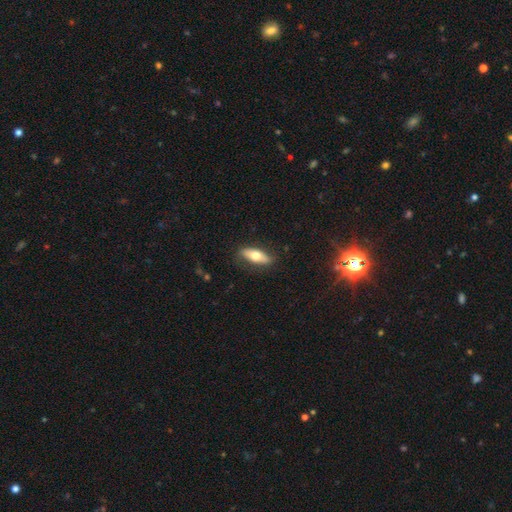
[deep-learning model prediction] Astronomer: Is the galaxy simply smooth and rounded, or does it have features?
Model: smooth — 62%.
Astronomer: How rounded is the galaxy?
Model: in between — 66%.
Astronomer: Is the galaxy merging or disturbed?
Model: none — 83%.